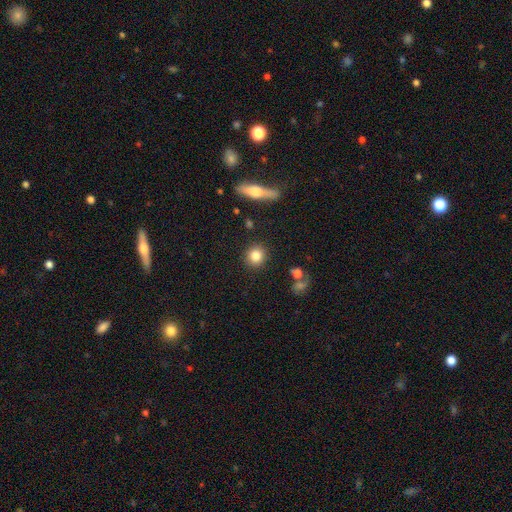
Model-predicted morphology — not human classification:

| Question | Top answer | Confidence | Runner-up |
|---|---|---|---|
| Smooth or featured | smooth | 84% | star or artifact (9%) |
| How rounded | round | 86% | in between (13%) |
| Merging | none | 89% | minor disturbance (6%) |